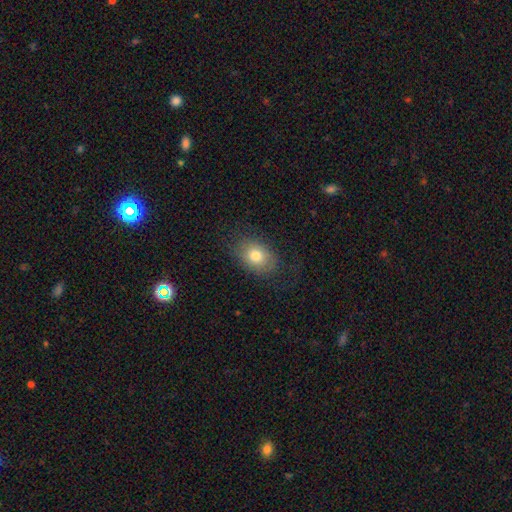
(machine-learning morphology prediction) Q: Smooth or featured?
A: smooth (77%); runner-up: featured or disk (13%)
Q: How rounded?
A: in between (71%); runner-up: round (28%)
Q: Merging?
A: none (76%); runner-up: minor disturbance (15%)